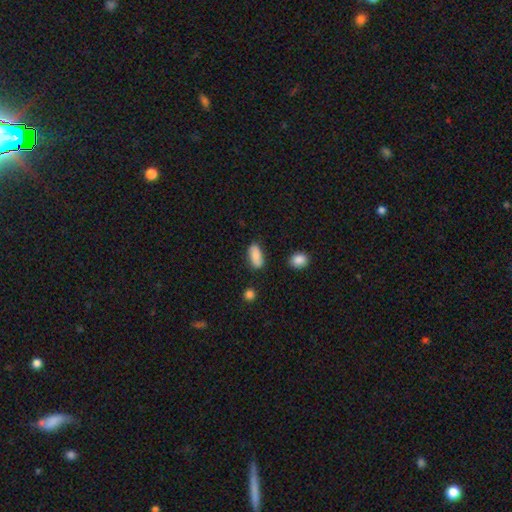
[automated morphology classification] This appears to be a smooth galaxy with no disk features (83%) that is in between round and cigar-shaped (88%). Merging: none (78%).